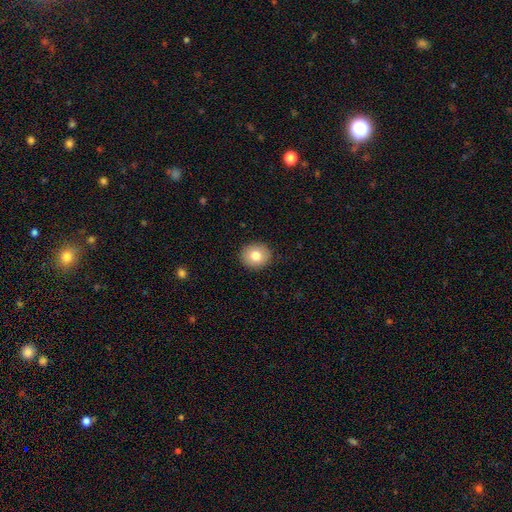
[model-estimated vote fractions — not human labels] A smooth galaxy with no disk features (79%) that is round (81%).

Vote fractions:
- Smooth or featured? smooth: 79% / featured or disk: 12% / star or artifact: 9%
- How rounded? round: 81% / in between: 18% / cigar-shaped: 1%
- Merging? none: 90% / minor disturbance: 7% / major disturbance: 2% / merger: 1%